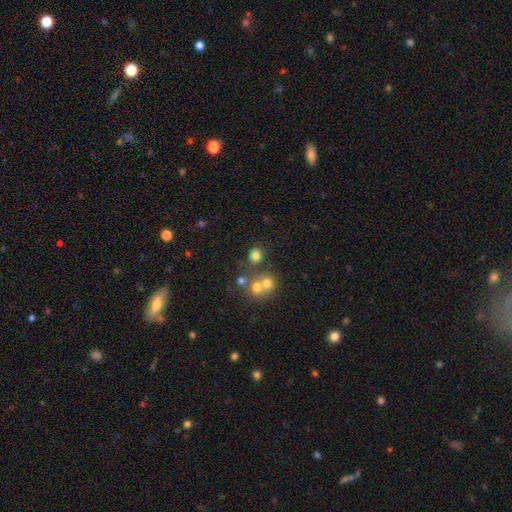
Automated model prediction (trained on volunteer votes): This appears to be a smooth galaxy with no disk features (74%) that is round (61%). Merging: none (63%).